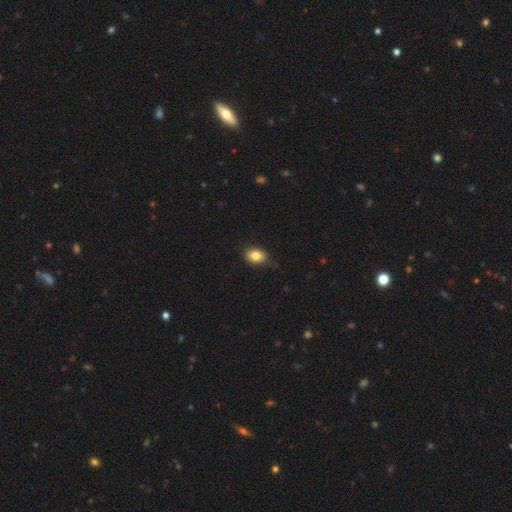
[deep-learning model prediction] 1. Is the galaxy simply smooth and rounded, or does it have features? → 84% smooth, 9% star or artifact, 7% featured or disk.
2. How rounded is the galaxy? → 77% in between, 22% round, 1% cigar-shaped.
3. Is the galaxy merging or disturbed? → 80% none, 16% minor disturbance, 3% major disturbance, 1% merger.